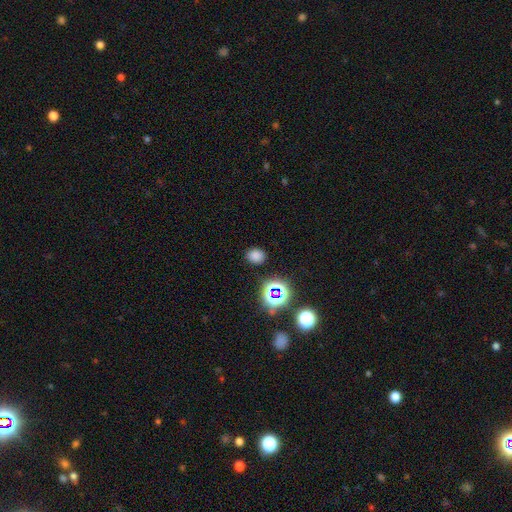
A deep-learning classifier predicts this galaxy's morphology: A smooth galaxy with no disk features (74%) that is round (53%).

Vote fractions:
- Smooth or featured? smooth: 74% / star or artifact: 21% / featured or disk: 5%
- How rounded? round: 53% / in between: 46% / cigar-shaped: 1%
- Merging? none: 86% / minor disturbance: 9% / major disturbance: 3% / merger: 2%